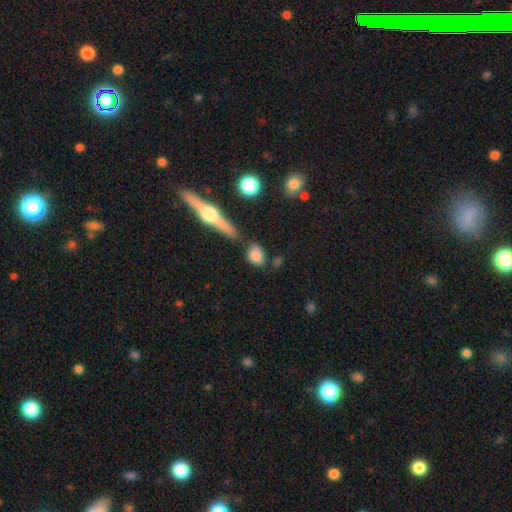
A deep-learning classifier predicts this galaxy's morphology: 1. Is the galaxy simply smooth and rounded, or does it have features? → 80% smooth, 12% featured or disk, 9% star or artifact.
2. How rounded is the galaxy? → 58% in between, 36% round, 6% cigar-shaped.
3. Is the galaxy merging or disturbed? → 63% none, 18% minor disturbance, 12% merger, 7% major disturbance.